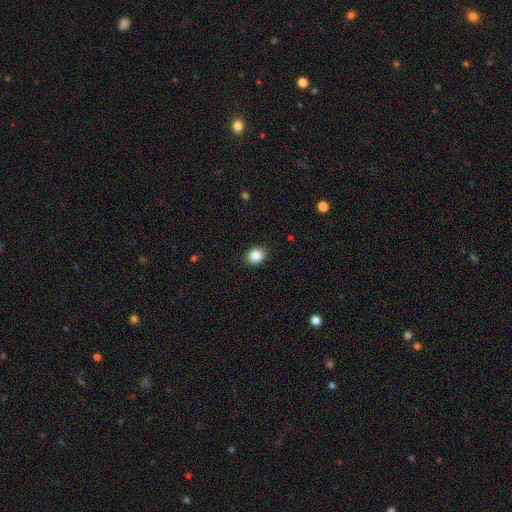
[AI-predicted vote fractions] smooth 86%, star or artifact 10%, featured or disk 5%. Down the decision tree: how rounded — round (61%); merging — none (88%).